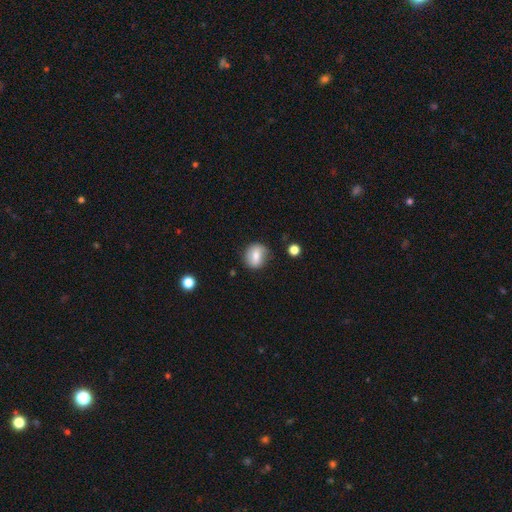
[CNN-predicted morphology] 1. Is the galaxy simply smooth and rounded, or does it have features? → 73% smooth, 18% featured or disk, 9% star or artifact.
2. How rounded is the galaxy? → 71% round, 28% in between, 1% cigar-shaped.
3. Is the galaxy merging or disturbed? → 77% none, 16% minor disturbance, 4% major disturbance, 2% merger.